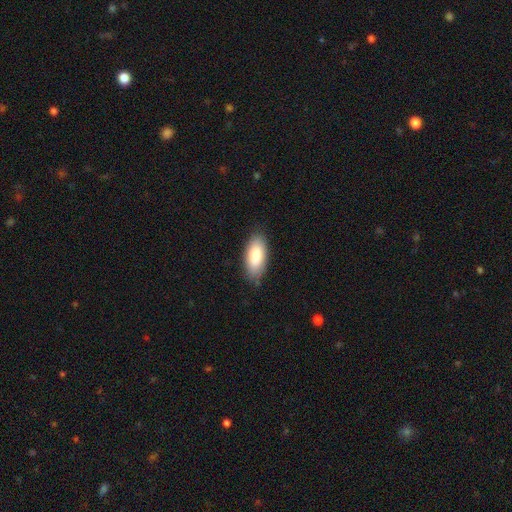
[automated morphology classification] This appears to be a smooth galaxy with no disk features (87%) that is in between round and cigar-shaped (90%). Merging: none (81%).